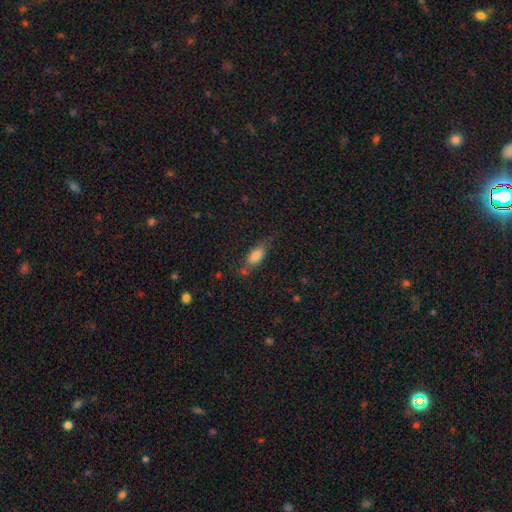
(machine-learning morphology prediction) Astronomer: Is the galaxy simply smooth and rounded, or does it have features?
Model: smooth — 76%.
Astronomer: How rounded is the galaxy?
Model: in between — 80%.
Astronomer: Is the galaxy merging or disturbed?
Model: none — 62%.